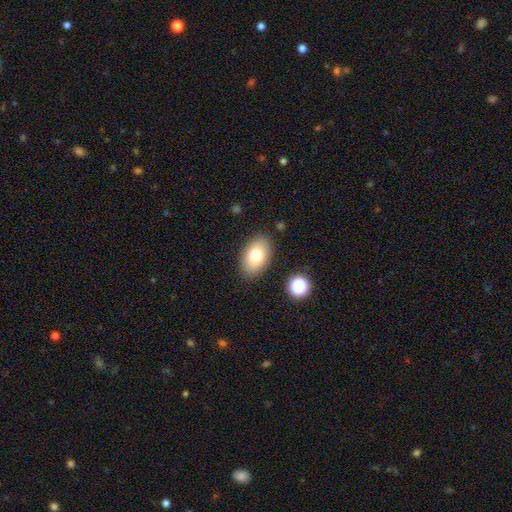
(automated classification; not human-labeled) smooth_or_featured: smooth (p=0.78) [alt: featured or disk p=0.14]
how_rounded: in between (p=0.91) [alt: round p=0.08]
merging: none (p=0.85) [alt: minor disturbance p=0.10]